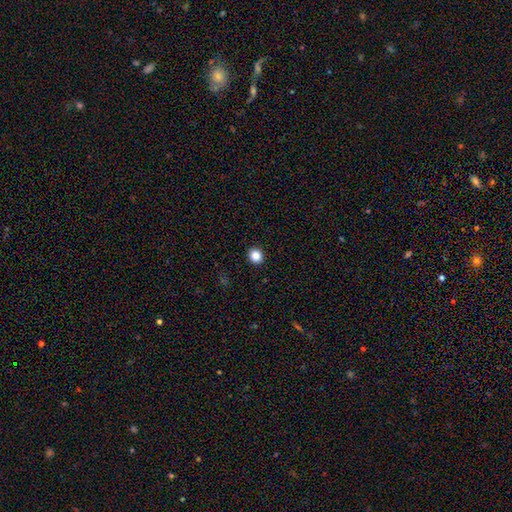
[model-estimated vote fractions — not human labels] smooth-or-featured: smooth: 86% | star or artifact: 10% | featured or disk: 3%
  how-rounded: round: 82% | in between: 17% | cigar-shaped: 1%
  merging: none: 93% | minor disturbance: 5% | major disturbance: 2% | merger: 1%